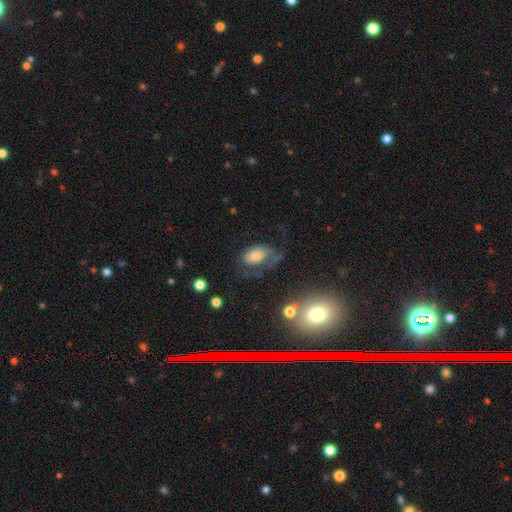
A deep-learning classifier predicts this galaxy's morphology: The model was most divided on "merging": none: 37%, major disturbance: 33%, minor disturbance: 26%, merger: 4%. More confident: how rounded — in between (88%); smooth or featured — smooth (55%).